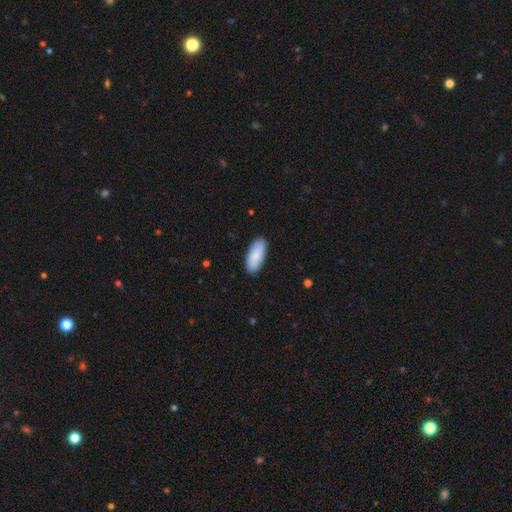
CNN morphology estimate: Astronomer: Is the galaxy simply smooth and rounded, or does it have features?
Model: smooth — 88%.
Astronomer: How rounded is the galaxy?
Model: in between — 85%.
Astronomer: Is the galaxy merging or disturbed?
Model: none — 89%.